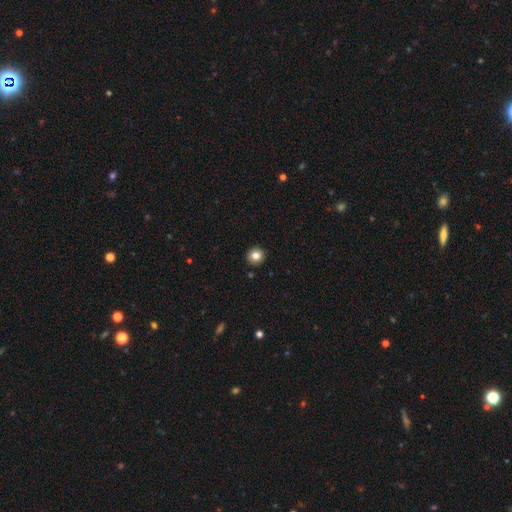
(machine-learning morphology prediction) Smooth or featured? Predicted: smooth (p=0.82). How rounded? Predicted: round (p=0.95). Merging? Predicted: none (p=0.93).